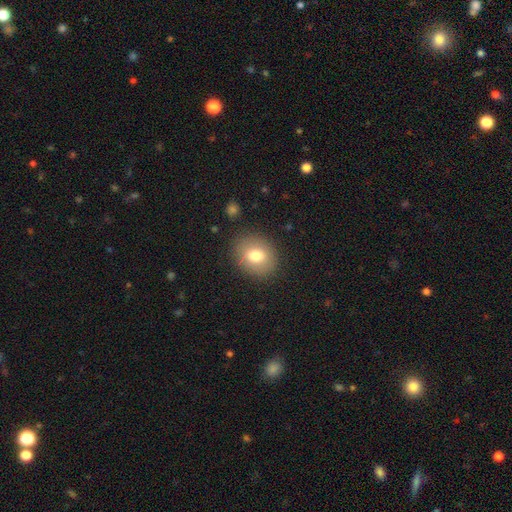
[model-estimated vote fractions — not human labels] smooth-or-featured: smooth: 75% | featured or disk: 15% | star or artifact: 10%
  how-rounded: round: 62% | in between: 37% | cigar-shaped: 1%
  merging: none: 85% | minor disturbance: 10% | major disturbance: 4% | merger: 1%